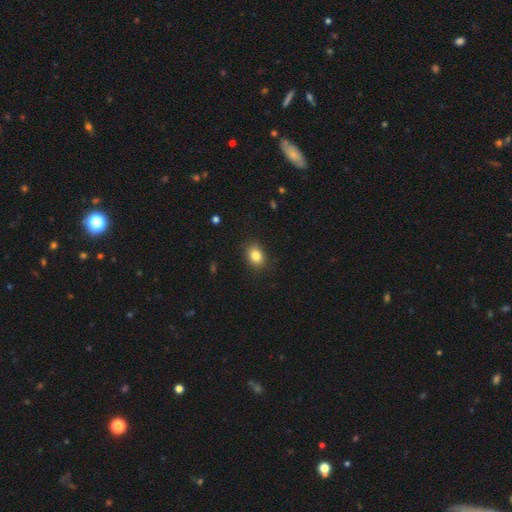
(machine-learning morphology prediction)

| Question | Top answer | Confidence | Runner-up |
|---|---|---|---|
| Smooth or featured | smooth | 83% | star or artifact (10%) |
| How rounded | in between | 64% | round (35%) |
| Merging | none | 86% | minor disturbance (10%) |